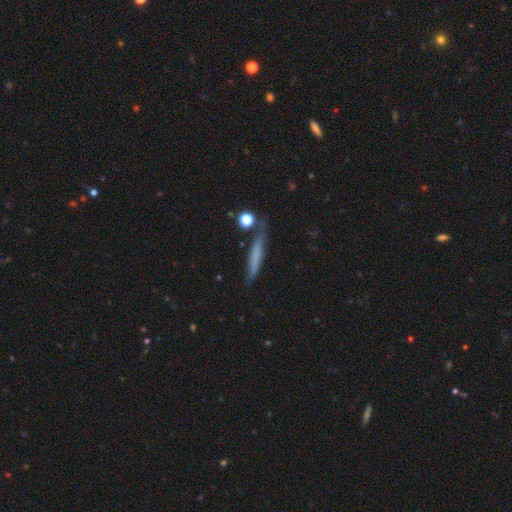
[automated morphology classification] smooth 56%, featured or disk 34%, star or artifact 10%. Down the decision tree: how rounded — cigar-shaped (88%); merging — none (65%).